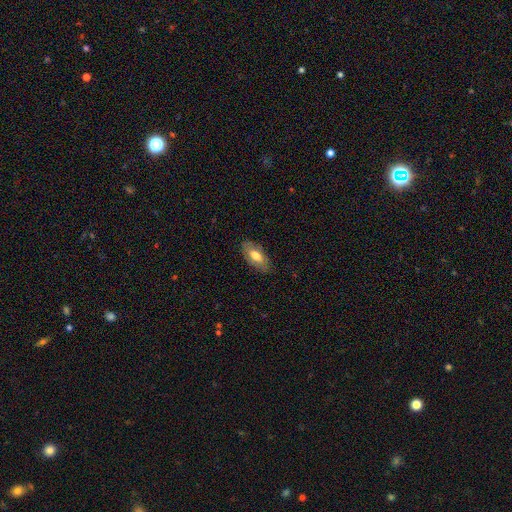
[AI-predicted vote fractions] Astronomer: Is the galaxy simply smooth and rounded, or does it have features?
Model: smooth — 68%.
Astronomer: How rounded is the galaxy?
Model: in between — 88%.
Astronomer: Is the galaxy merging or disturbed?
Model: none — 80%.